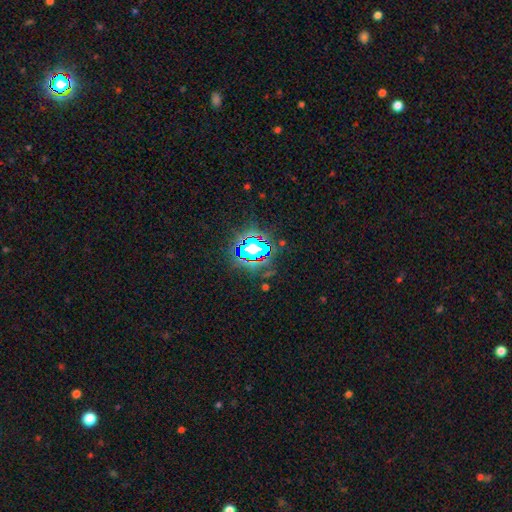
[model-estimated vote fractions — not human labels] smooth_or_featured: star or artifact (p=0.76) [alt: smooth p=0.14]